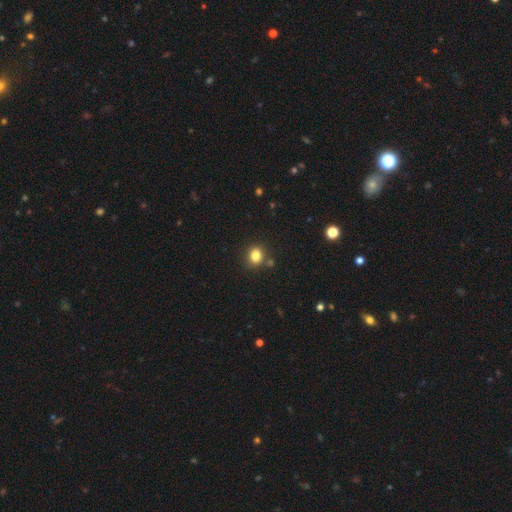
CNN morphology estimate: The model was most divided on "how rounded": round: 68%, in between: 31%, cigar-shaped: 1%. More confident: smooth or featured — smooth (83%); merging — none (77%).